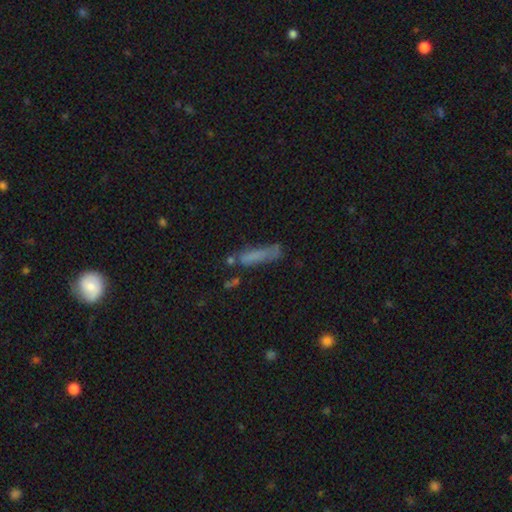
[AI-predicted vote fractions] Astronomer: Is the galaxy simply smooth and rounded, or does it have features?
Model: smooth — 68%.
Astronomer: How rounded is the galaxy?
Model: cigar-shaped — 80%.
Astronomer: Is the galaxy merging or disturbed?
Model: none — 55%.